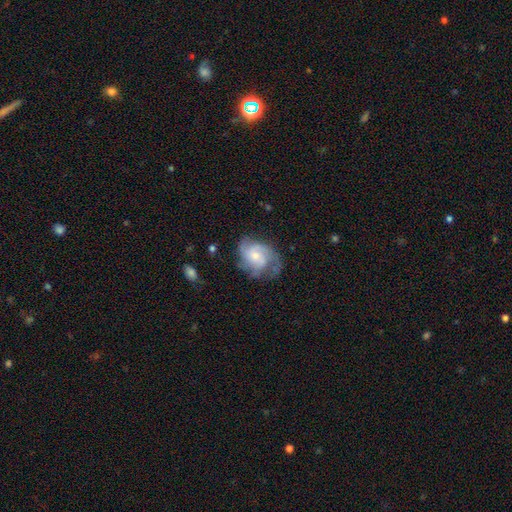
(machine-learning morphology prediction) The model was most divided on "bulge size": small: 46%, moderate: 44%, large: 5%, none: 4%, dominant: 1%. Remaining: edge-on disk — no (98%); spiral arms — yes (92%); smooth or featured — featured or disk (73%); bar — no (67%); merging — none (56%); spiral winding — medium (46%); spiral arm count — 3 (34%).